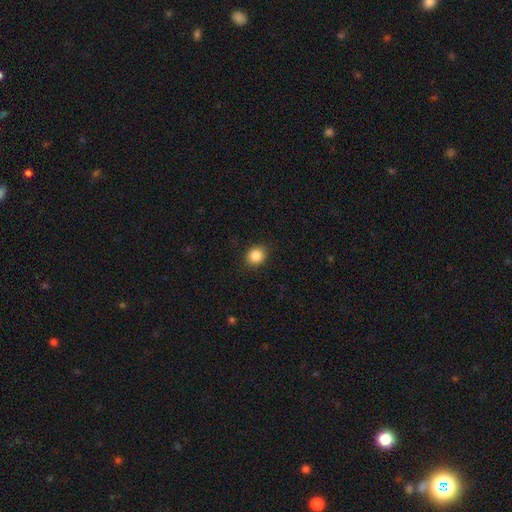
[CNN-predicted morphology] The model was most divided on "how rounded": round: 73%, in between: 26%, cigar-shaped: 1%. More confident: merging — none (89%); smooth or featured — smooth (86%).